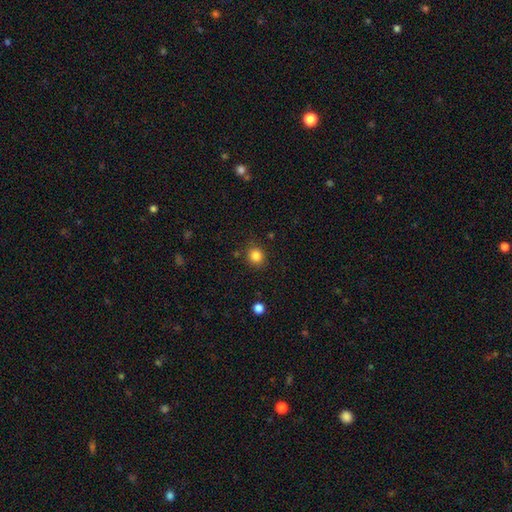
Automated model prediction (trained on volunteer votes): Smooth or featured? smooth (84%)
How rounded? round (84%)
Merging? none (86%)